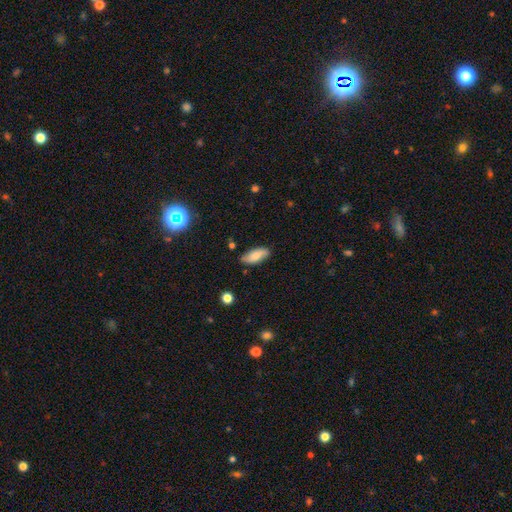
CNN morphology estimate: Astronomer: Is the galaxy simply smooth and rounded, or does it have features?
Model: smooth — 75%.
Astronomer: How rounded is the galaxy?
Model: in between — 82%.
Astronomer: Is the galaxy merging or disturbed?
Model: none — 84%.